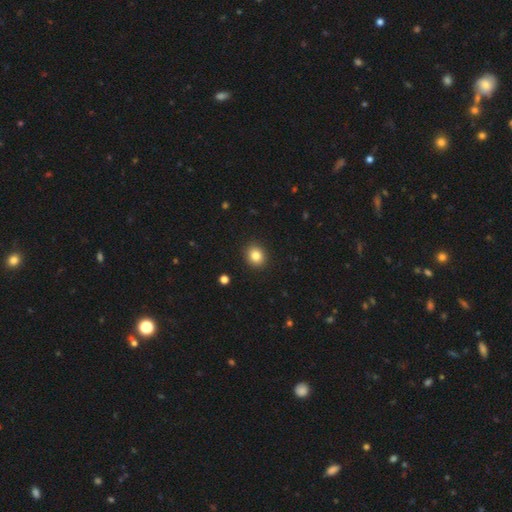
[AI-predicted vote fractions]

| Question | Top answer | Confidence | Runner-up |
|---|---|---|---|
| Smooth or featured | smooth | 83% | star or artifact (10%) |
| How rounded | round | 70% | in between (29%) |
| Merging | none | 91% | minor disturbance (6%) |